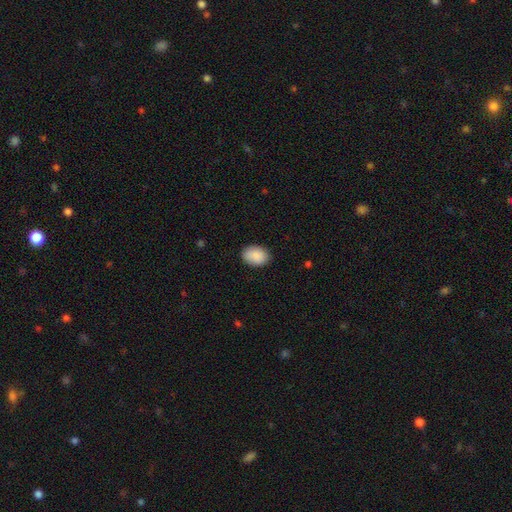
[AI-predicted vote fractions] smooth-or-featured: smooth: 90% | star or artifact: 7% | featured or disk: 3%
  how-rounded: in between: 76% | round: 23% | cigar-shaped: 1%
  merging: none: 86% | minor disturbance: 11% | major disturbance: 2% | merger: 1%